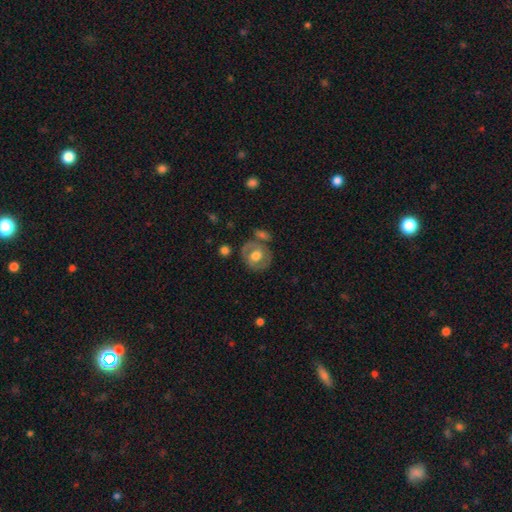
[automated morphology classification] Q: Smooth or featured?
A: smooth (49%); runner-up: featured or disk (44%)
Q: Merging?
A: none (70%); runner-up: minor disturbance (14%)